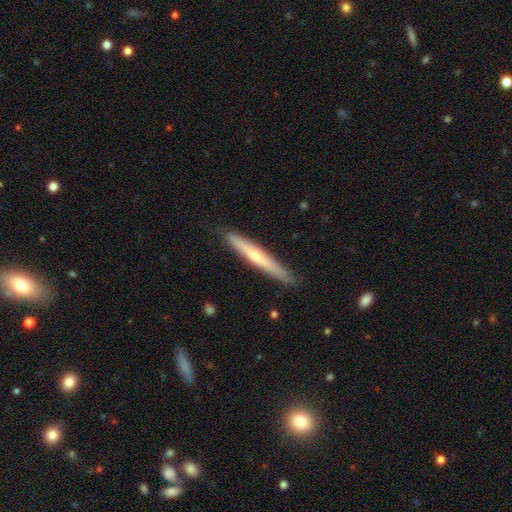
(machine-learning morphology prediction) type=featured or disk (50%); merging=none (87%).